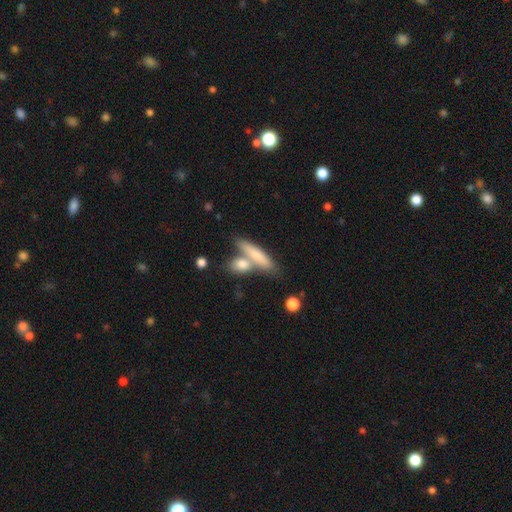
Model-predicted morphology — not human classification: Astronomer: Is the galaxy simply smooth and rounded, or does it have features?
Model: smooth — 74%.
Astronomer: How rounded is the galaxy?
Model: cigar-shaped — 69%.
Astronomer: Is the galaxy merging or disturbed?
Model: none — 53% (runner-up: merger, 31%).